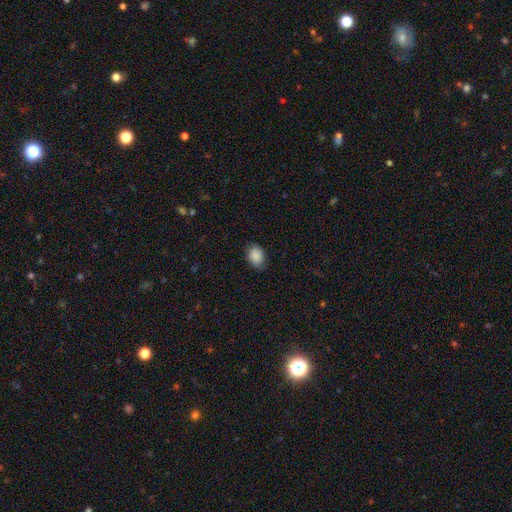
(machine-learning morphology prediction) This is clearly a smooth galaxy (87%). How rounded: likely in between (67%). Merging: likely none (75%).